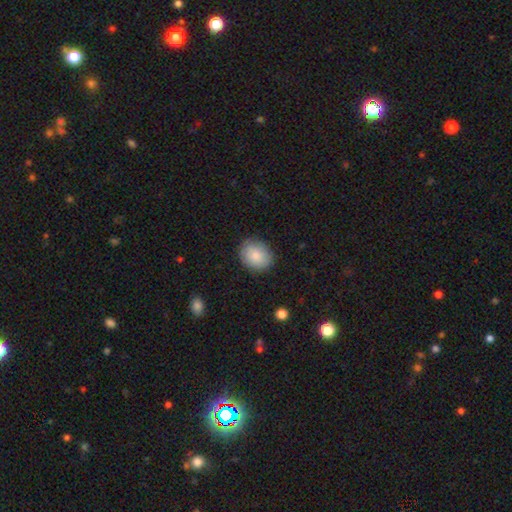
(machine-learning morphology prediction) This appears to be a smooth galaxy with no disk features (85%) that is round (57%). Merging: none (85%).